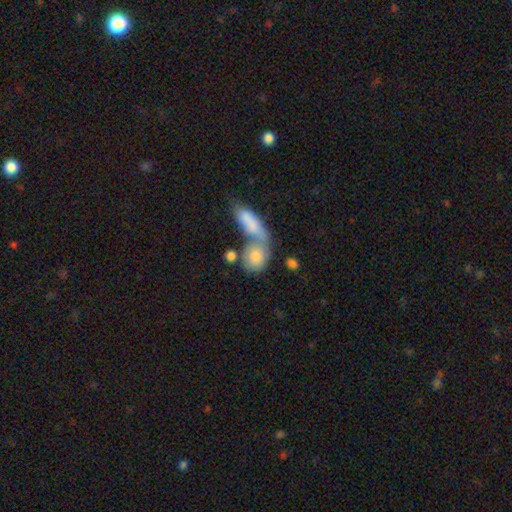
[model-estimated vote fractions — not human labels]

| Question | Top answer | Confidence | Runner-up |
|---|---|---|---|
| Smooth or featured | smooth | 74% | featured or disk (18%) |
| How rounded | in between | 50% | round (43%) |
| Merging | merger | 53% | none (29%) |